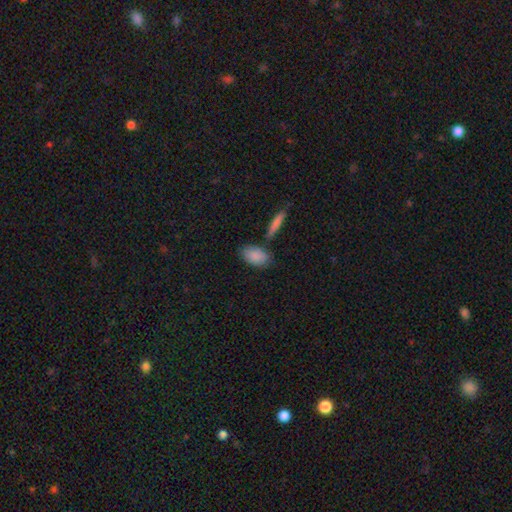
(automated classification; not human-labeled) smooth_or_featured: smooth (p=0.87) [alt: featured or disk p=0.07]
how_rounded: in between (p=0.89) [alt: round p=0.07]
merging: none (p=0.71) [alt: minor disturbance p=0.14]